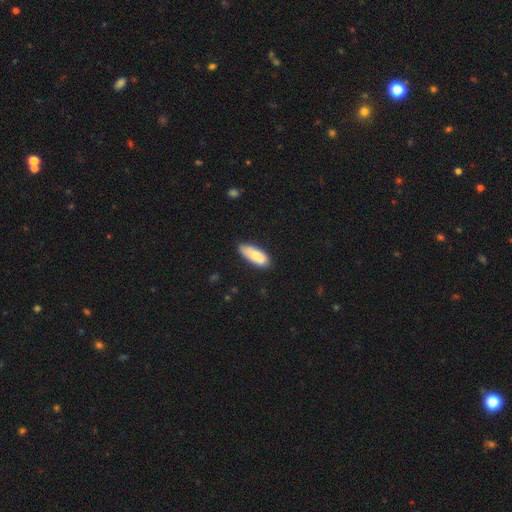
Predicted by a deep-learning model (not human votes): Smooth or featured? smooth (78%)
How rounded? in between (76%)
Merging? none (74%)